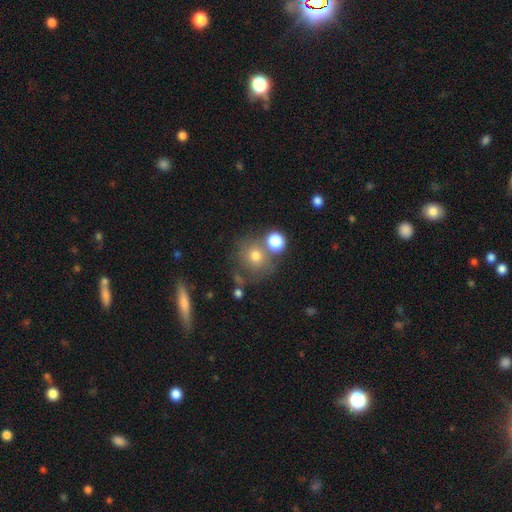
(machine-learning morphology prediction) smooth_or_featured: smooth (p=0.70) [alt: featured or disk p=0.16]
how_rounded: round (p=0.83) [alt: in between p=0.16]
merging: none (p=0.57) [alt: merger p=0.22]